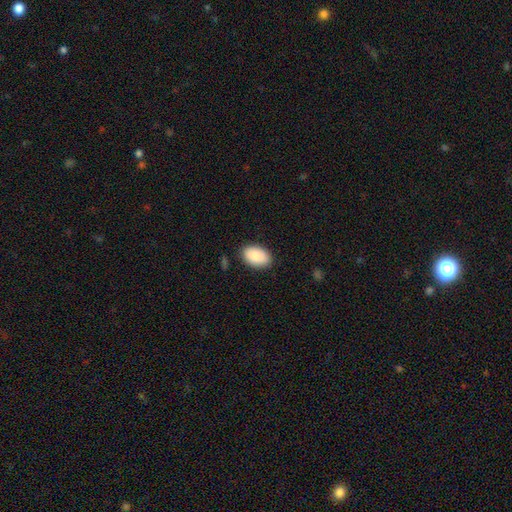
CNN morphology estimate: This appears to be a smooth galaxy with no disk features (89%) that is in between round and cigar-shaped (92%). Merging: none (85%).